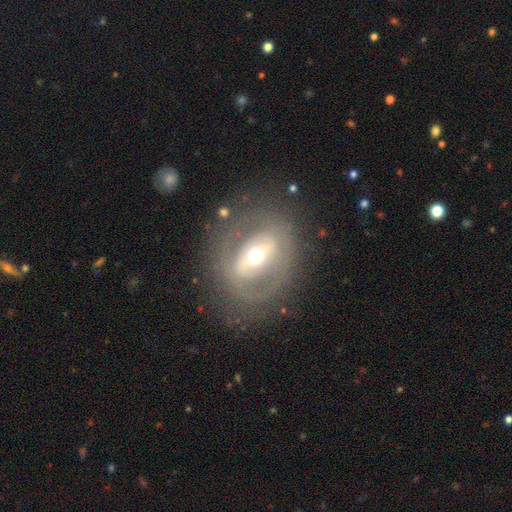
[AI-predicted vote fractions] A featured or disk galaxy (65%) with a strong bar (48%), no spiral arms (77%) and a moderate central bulge (67%). Merging: none (73%).